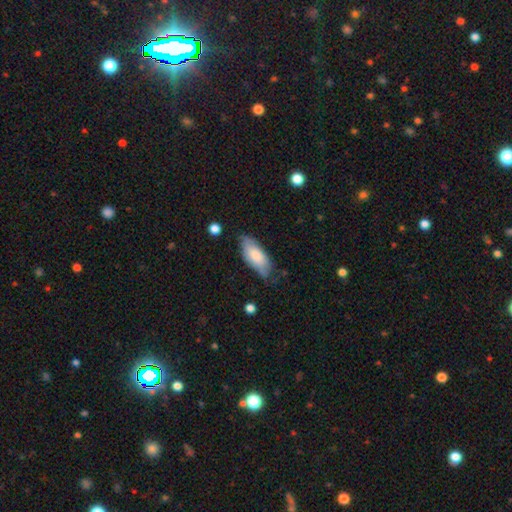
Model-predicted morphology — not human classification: A smooth galaxy with no disk features (75%) that is in between round and cigar-shaped (85%). Merging: none (64%).